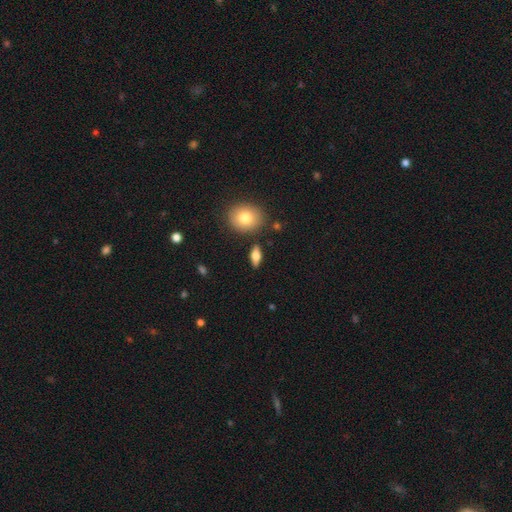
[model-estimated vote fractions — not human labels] A smooth galaxy with no disk features (57%) that is in between round and cigar-shaped (69%).

Vote fractions:
- Smooth or featured? smooth: 57% / featured or disk: 35% / star or artifact: 8%
- How rounded? in between: 69% / cigar-shaped: 21% / round: 10%
- Merging? none: 85% / minor disturbance: 9% / merger: 3% / major disturbance: 3%